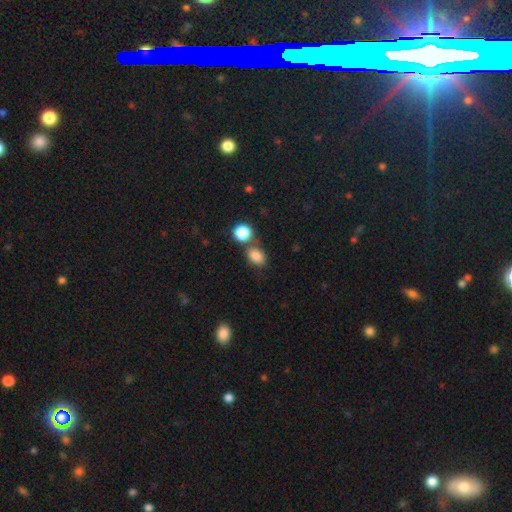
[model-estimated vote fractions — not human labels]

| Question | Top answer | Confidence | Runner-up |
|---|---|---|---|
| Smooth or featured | smooth | 83% | star or artifact (11%) |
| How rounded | in between | 68% | round (31%) |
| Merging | none | 59% | merger (24%) |